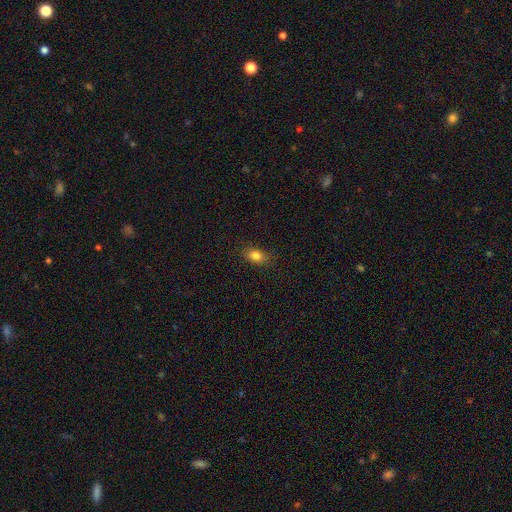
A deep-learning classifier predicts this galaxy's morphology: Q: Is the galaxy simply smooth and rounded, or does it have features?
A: smooth — 83%.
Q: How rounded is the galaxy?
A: in between — 78%.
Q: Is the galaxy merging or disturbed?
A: none — 84%.